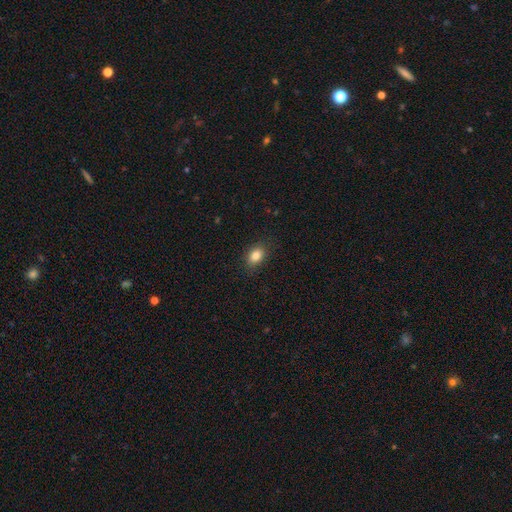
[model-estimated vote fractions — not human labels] Smooth or featured? Predicted: smooth (p=0.84). How rounded? Predicted: in between (p=0.74). Merging? Predicted: none (p=0.85).